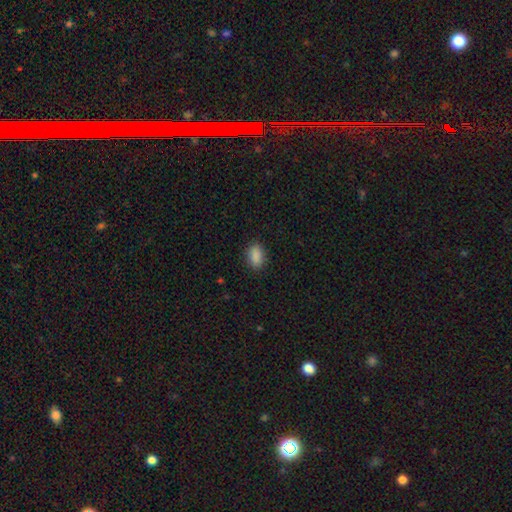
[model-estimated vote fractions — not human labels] smooth-or-featured: smooth: 89% | star or artifact: 8% | featured or disk: 3%
  how-rounded: in between: 87% | round: 11% | cigar-shaped: 2%
  merging: none: 87% | minor disturbance: 10% | major disturbance: 3% | merger: 1%